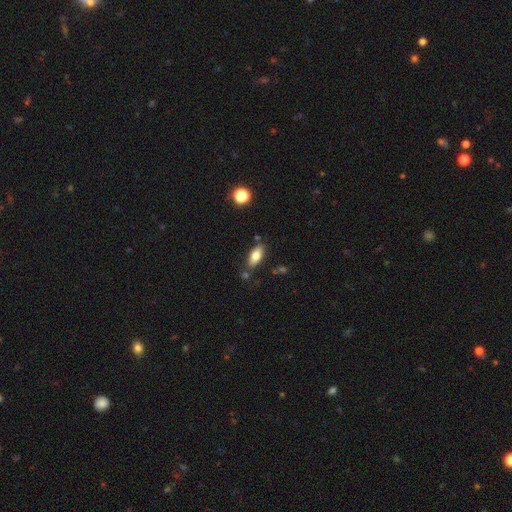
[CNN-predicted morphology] smooth-or-featured: smooth: 77% | featured or disk: 15% | star or artifact: 7%
  how-rounded: in between: 86% | cigar-shaped: 11% | round: 3%
  merging: none: 78% | minor disturbance: 13% | merger: 6% | major disturbance: 3%